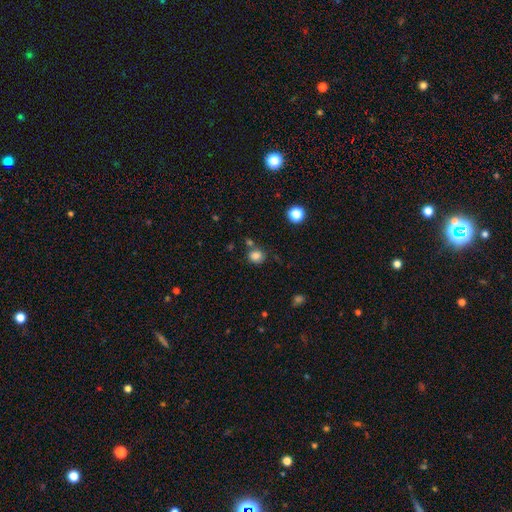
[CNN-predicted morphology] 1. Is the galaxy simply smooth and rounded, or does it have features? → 82% smooth, 12% star or artifact, 6% featured or disk.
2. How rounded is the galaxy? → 77% round, 23% in between, 1% cigar-shaped.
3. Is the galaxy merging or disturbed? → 71% none, 13% minor disturbance, 12% merger, 4% major disturbance.